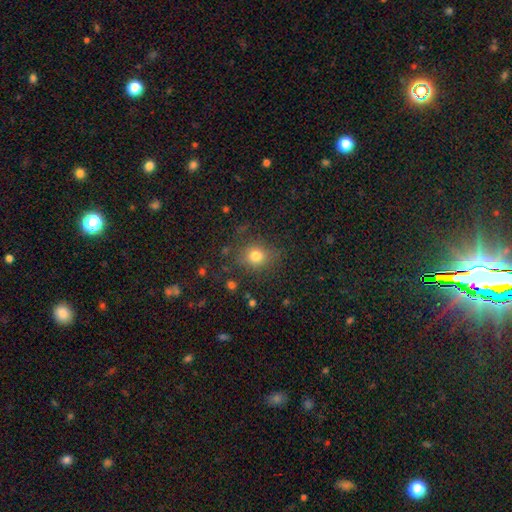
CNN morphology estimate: Smooth or featured?
  - smooth: 77% *
  - star or artifact: 15%
  - featured or disk: 8%
How rounded?
  - round: 76% *
  - in between: 23%
  - cigar-shaped: 1%
Merging?
  - none: 81% *
  - minor disturbance: 12%
  - major disturbance: 5%
  - merger: 2%